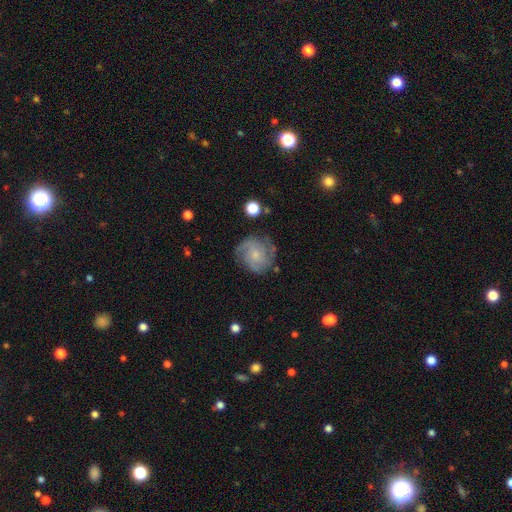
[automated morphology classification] Overall: featured or disk (79%). Edge-on disk: no (98%). Bar: no (70%). Spiral arms: yes (95%). Spiral arm count: 3 (32%; 2 26%). Spiral winding: tight (49%; medium 39%). Bulge size: small (65%). Merging: none (72%).